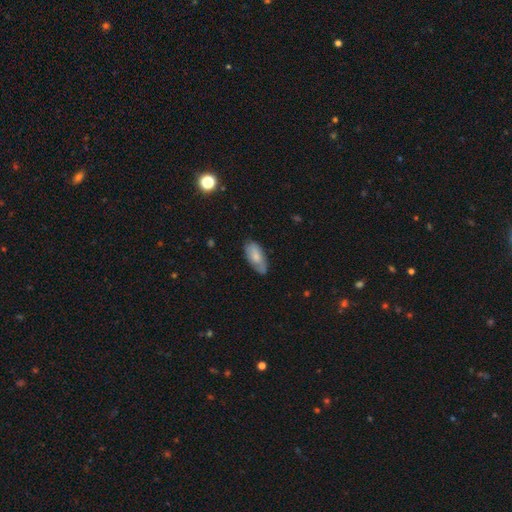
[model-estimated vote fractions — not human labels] Smooth or featured? smooth (73%)
How rounded? in between (88%)
Merging? none (67%)